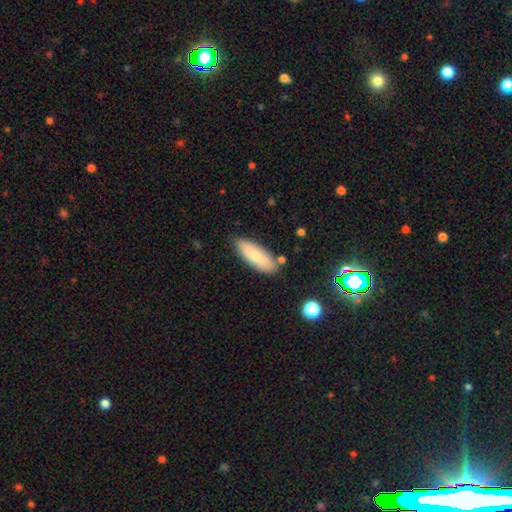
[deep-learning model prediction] A smooth galaxy with no disk features (71%) that is in between round and cigar-shaped (66%). Merging: none (79%).